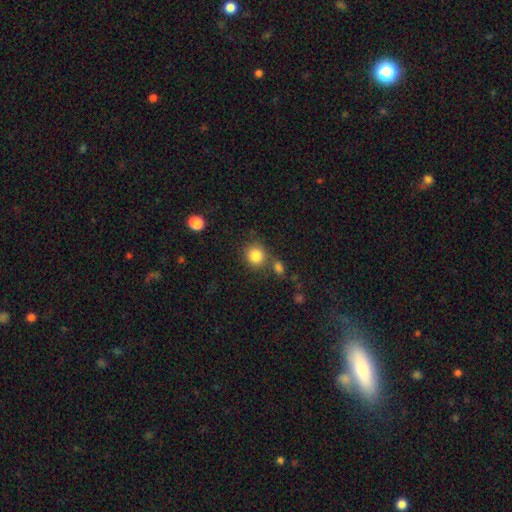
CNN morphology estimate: Overall: smooth (84%). How rounded: round (85%). Merging: none (65%).